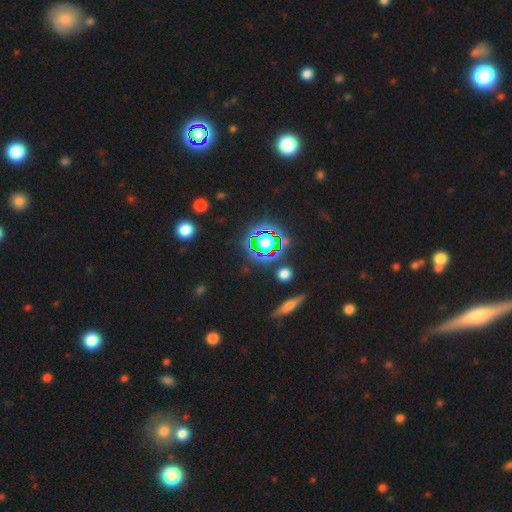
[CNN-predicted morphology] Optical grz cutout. It shows a star or artifact, not a galaxy (75%).